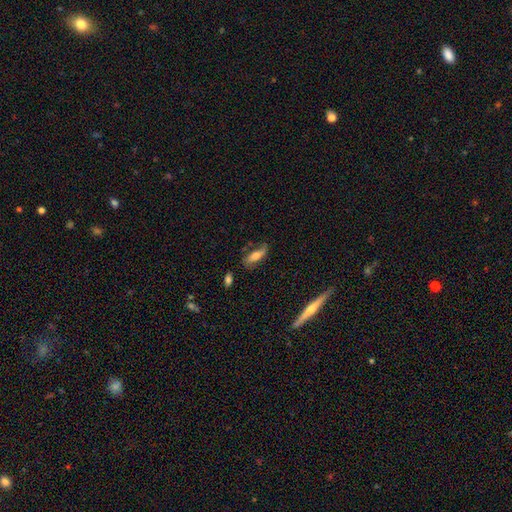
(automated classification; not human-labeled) Smooth or featured? smooth (55%)
How rounded? in between (60%)
Merging? none (64%)